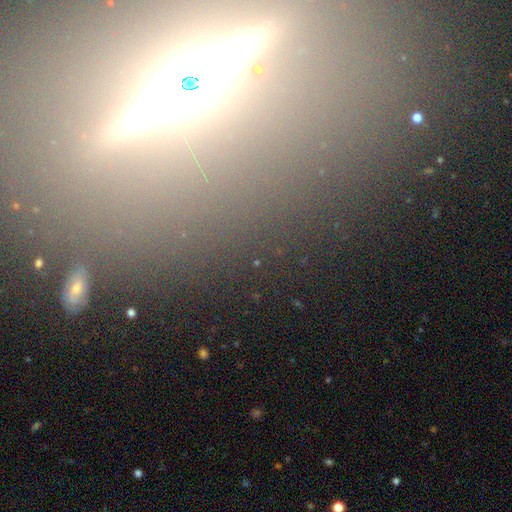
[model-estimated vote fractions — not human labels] Overall: featured or disk (56%; star or artifact 30%). Edge-on disk: yes (82%). Merging: none (84%).